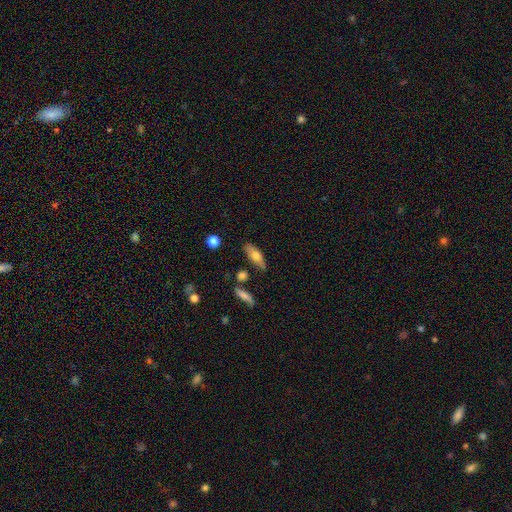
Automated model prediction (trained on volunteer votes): smooth-or-featured: smooth: 65% | featured or disk: 28% | star or artifact: 7%
  how-rounded: in between: 65% | cigar-shaped: 32% | round: 3%
  merging: none: 77% | minor disturbance: 15% | merger: 5% | major disturbance: 3%